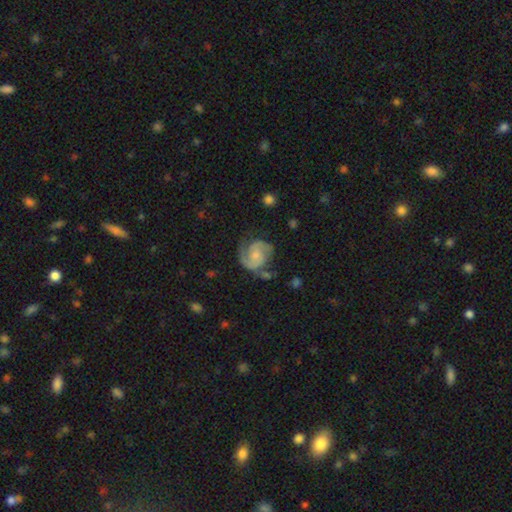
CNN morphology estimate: Smooth or featured? featured or disk (82%)
Edge-on disk? no (98%)
Bar? no (63%)
Spiral arms? yes (96%)
Spiral winding? medium (49%)
Spiral arm count? 2 (81%)
Bulge size? small (52%)
Merging? none (63%)